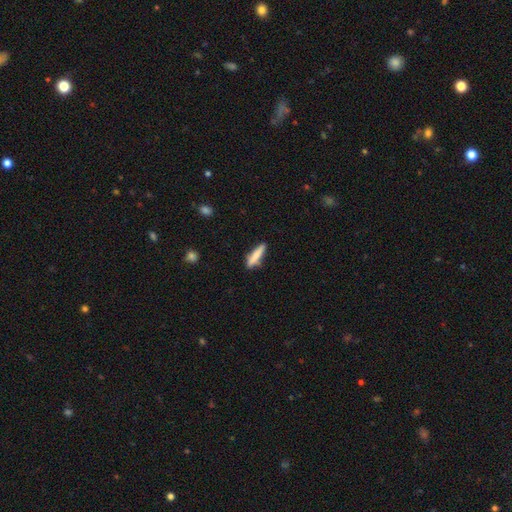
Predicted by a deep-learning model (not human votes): Q: Smooth or featured?
A: smooth (77%); runner-up: featured or disk (17%)
Q: How rounded?
A: cigar-shaped (83%); runner-up: in between (16%)
Q: Merging?
A: none (79%); runner-up: minor disturbance (15%)